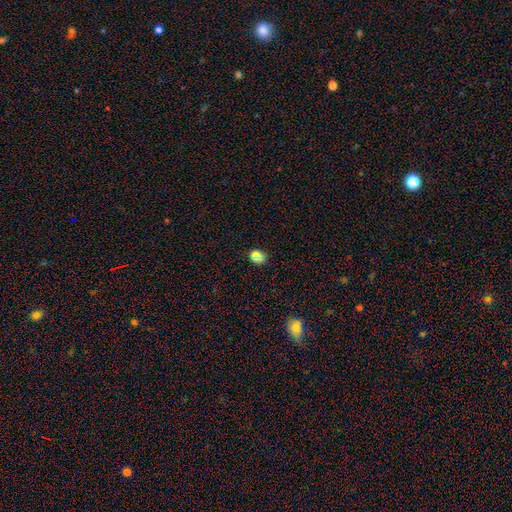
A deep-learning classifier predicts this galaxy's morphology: The model was most divided on "how rounded": round: 59%, in between: 40%, cigar-shaped: 1%. More confident: smooth or featured — smooth (79%); merging — none (64%).